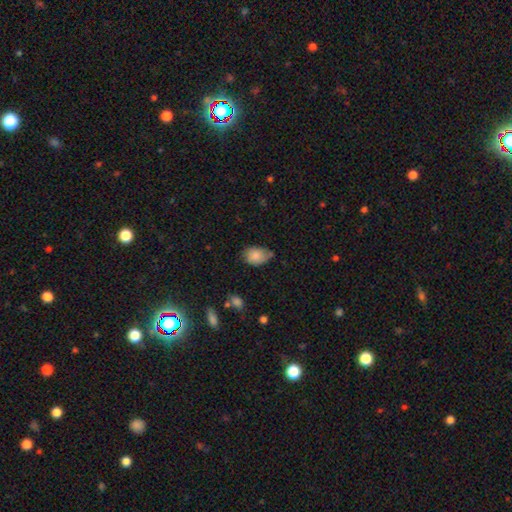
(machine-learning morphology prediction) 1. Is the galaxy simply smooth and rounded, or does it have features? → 83% smooth, 9% featured or disk, 8% star or artifact.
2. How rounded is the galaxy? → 73% in between, 26% round, 1% cigar-shaped.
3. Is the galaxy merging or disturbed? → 56% none, 34% minor disturbance, 6% major disturbance, 5% merger.